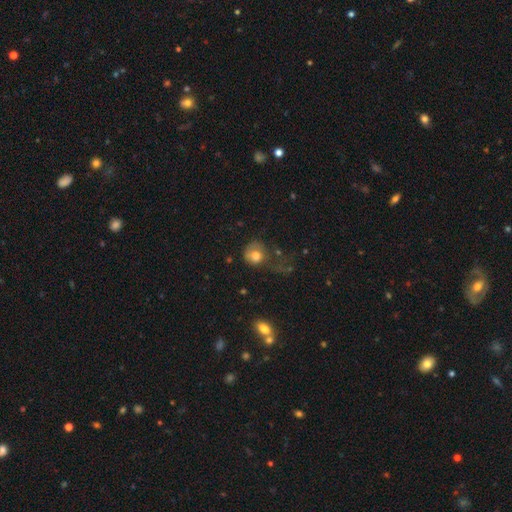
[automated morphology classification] A smooth galaxy with no disk features (70%) that is round (69%).

Vote fractions:
- Smooth or featured? smooth: 70% / featured or disk: 19% / star or artifact: 10%
- How rounded? round: 69% / in between: 30% / cigar-shaped: 1%
- Merging? major disturbance: 44% / none: 27% / minor disturbance: 23% / merger: 6%